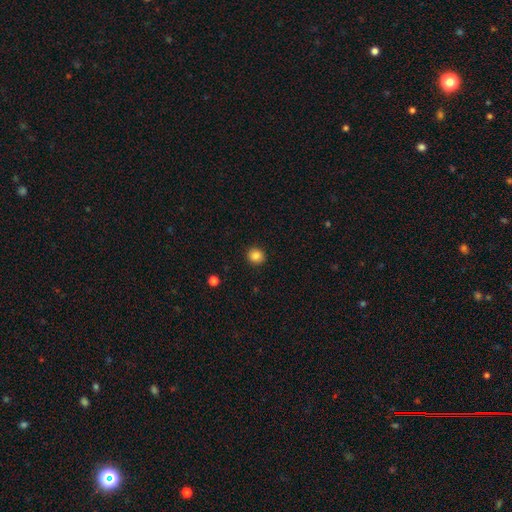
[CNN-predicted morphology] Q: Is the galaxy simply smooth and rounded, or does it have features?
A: smooth — 85%.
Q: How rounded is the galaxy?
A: round — 84%.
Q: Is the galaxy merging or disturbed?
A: none — 92%.